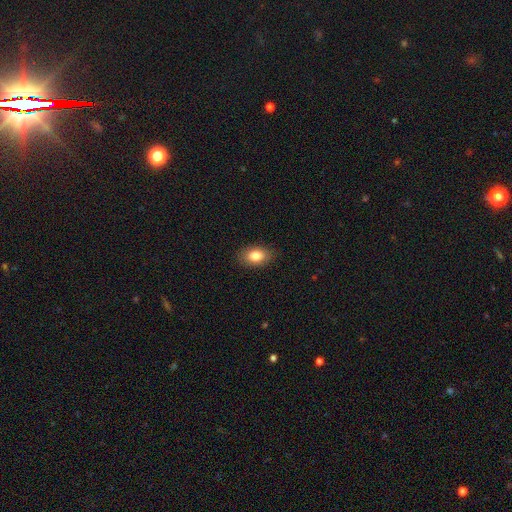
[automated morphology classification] Smooth or featured?
  - smooth: 83% *
  - featured or disk: 9%
  - star or artifact: 8%
How rounded?
  - in between: 86% *
  - round: 12%
  - cigar-shaped: 2%
Merging?
  - none: 87% *
  - minor disturbance: 10%
  - major disturbance: 2%
  - merger: 1%